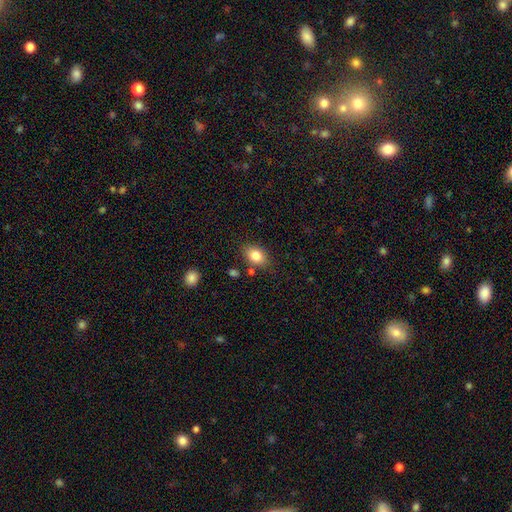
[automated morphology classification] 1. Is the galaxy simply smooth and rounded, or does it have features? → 83% smooth, 9% star or artifact, 9% featured or disk.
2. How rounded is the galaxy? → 76% in between, 23% round, 2% cigar-shaped.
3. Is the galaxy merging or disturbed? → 78% none, 14% minor disturbance, 5% merger, 3% major disturbance.